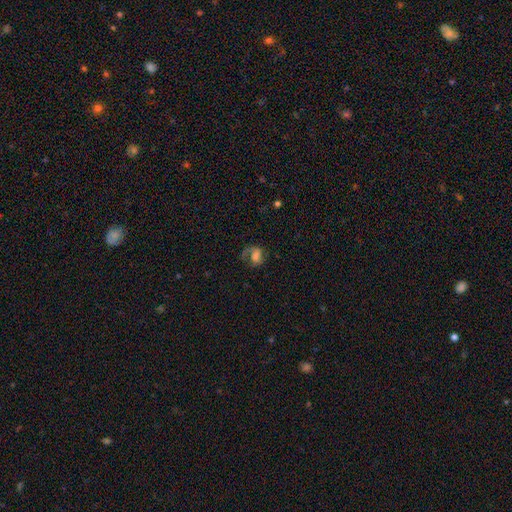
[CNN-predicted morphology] smooth_or_featured: featured or disk (p=0.50) [alt: smooth p=0.39]
disk_edge_on: no (p=0.97) [alt: yes p=0.03]
merging: none (p=0.43) [alt: major disturbance p=0.35]